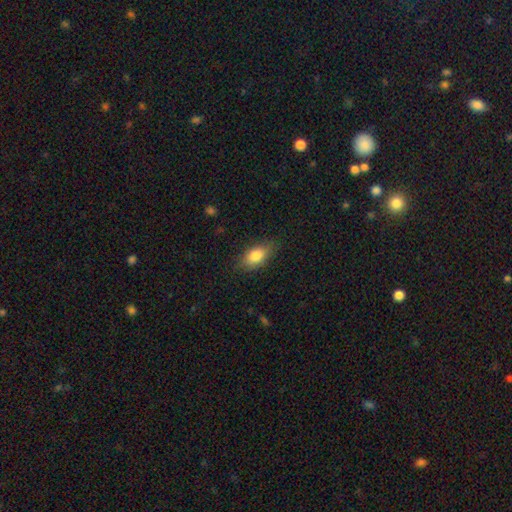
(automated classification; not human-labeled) Smooth or featured? Predicted: smooth (p=0.83). How rounded? Predicted: in between (p=0.88). Merging? Predicted: none (p=0.80).